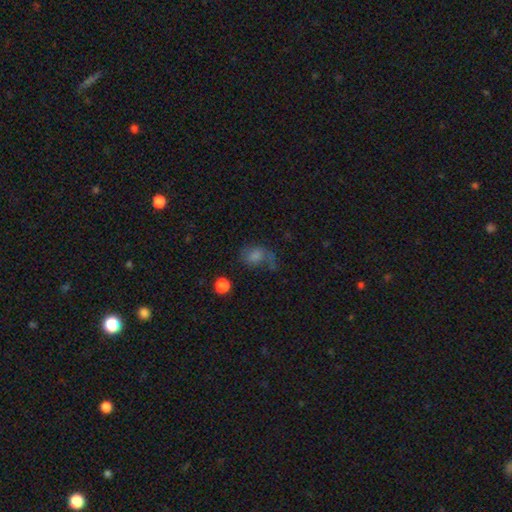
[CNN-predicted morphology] Smooth or featured? Predicted: smooth (p=0.64). How rounded? Predicted: in between (p=0.54). Merging? Predicted: none (p=0.41).